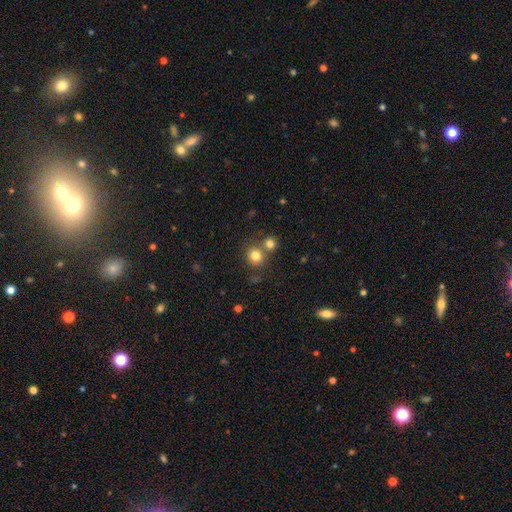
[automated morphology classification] smooth 80%, star or artifact 13%, featured or disk 7%. Down the decision tree: how rounded — round (86%); merging — none (63%).